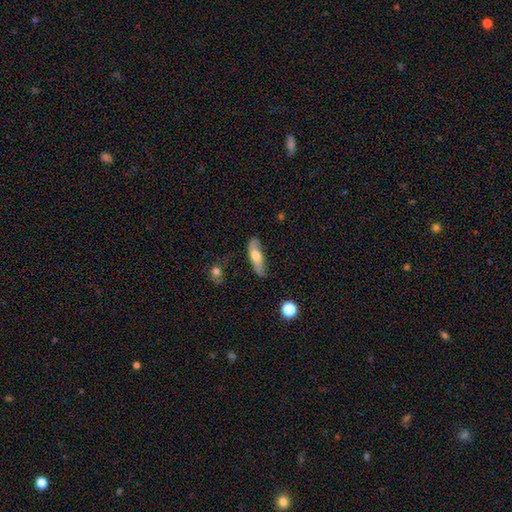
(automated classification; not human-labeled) A smooth galaxy with no disk features (59%) that is cigar-shaped (51%).

Vote fractions:
- Smooth or featured? smooth: 59% / featured or disk: 34% / star or artifact: 6%
- How rounded? cigar-shaped: 51% / in between: 46% / round: 3%
- Merging? none: 69% / minor disturbance: 22% / major disturbance: 6% / merger: 3%